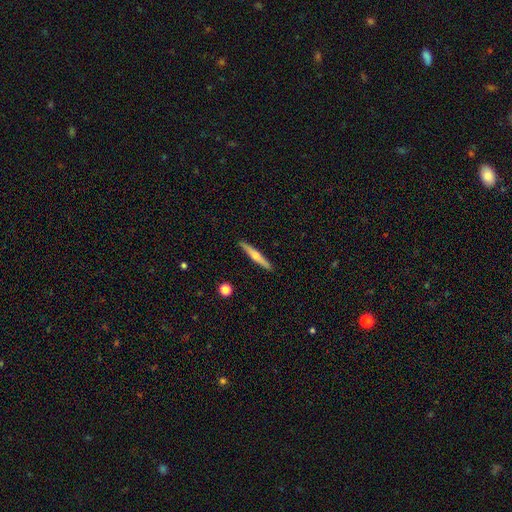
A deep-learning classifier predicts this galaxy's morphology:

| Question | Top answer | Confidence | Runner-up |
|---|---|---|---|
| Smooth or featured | featured or disk | 52% | smooth (42%) |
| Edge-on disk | yes | 97% | no (3%) |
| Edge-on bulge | rounded | 80% | none (14%) |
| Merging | none | 91% | minor disturbance (6%) |